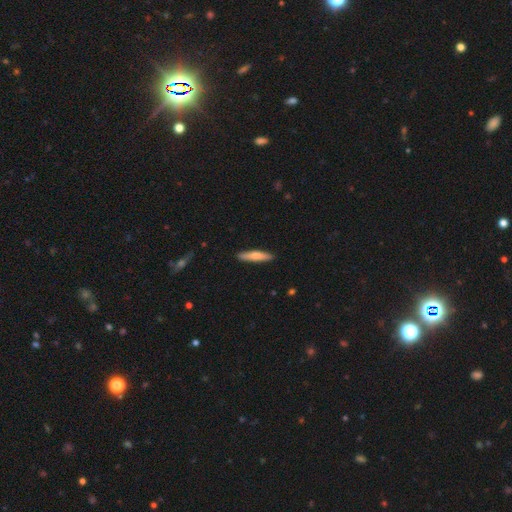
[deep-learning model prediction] Smooth or featured? smooth (69%)
How rounded? cigar-shaped (87%)
Merging? none (90%)